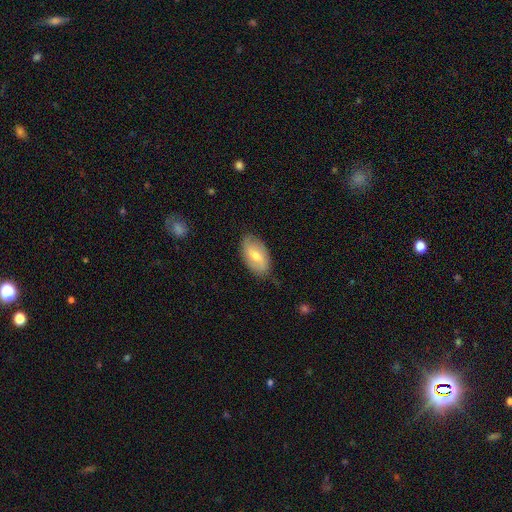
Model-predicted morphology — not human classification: A smooth galaxy with no disk features (54%) that is in between round and cigar-shaped (93%).

Vote fractions:
- Smooth or featured? smooth: 54% / featured or disk: 39% / star or artifact: 6%
- How rounded? in between: 93% / round: 4% / cigar-shaped: 3%
- Merging? none: 79% / minor disturbance: 17% / major disturbance: 3% / merger: 1%